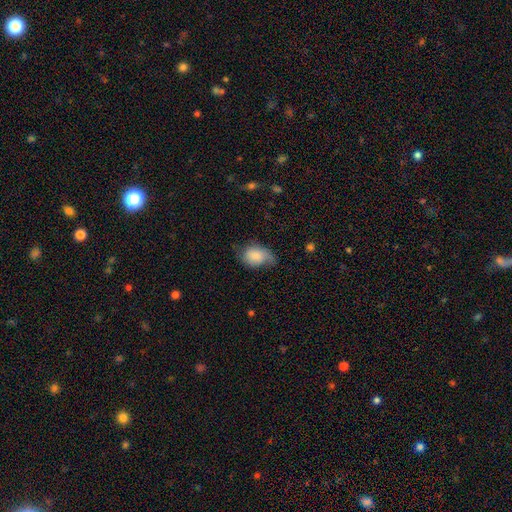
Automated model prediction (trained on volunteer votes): smooth-or-featured: smooth: 72% | featured or disk: 21% | star or artifact: 8%
  how-rounded: in between: 76% | round: 22% | cigar-shaped: 1%
  merging: minor disturbance: 39% | none: 38% | major disturbance: 20% | merger: 2%